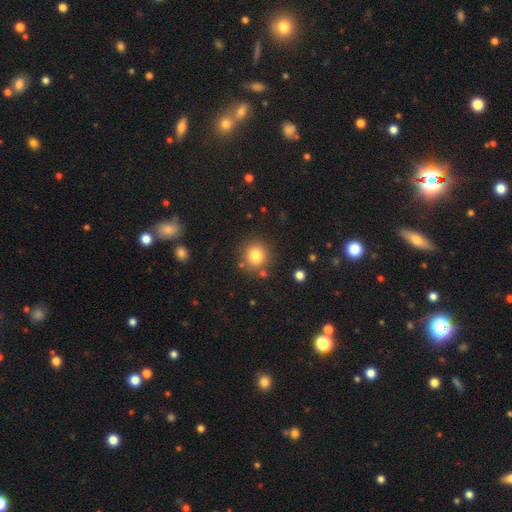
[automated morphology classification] type=smooth (81%); roundness=round (91%); merging=none (83%).